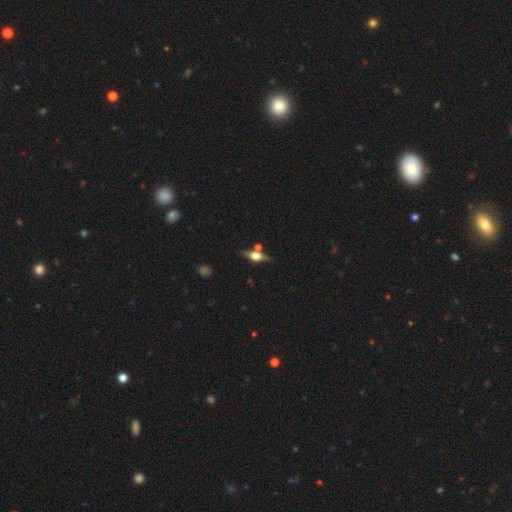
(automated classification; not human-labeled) Overall: featured or disk (63%; smooth 28%). Edge-on disk: yes (93%). Edge-on bulge: rounded (92%). Merging: none (71%).